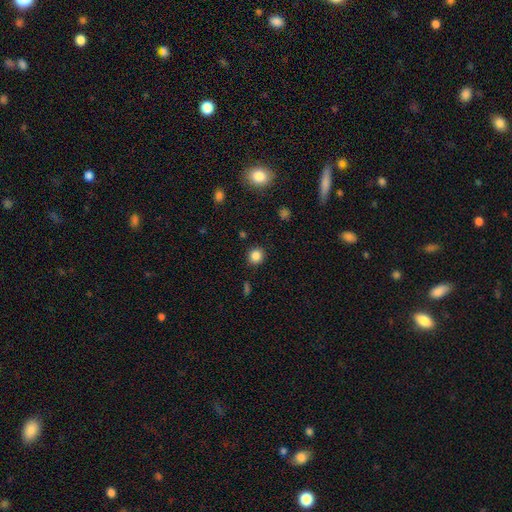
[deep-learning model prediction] Smooth or featured? smooth (85%)
How rounded? round (90%)
Merging? none (90%)